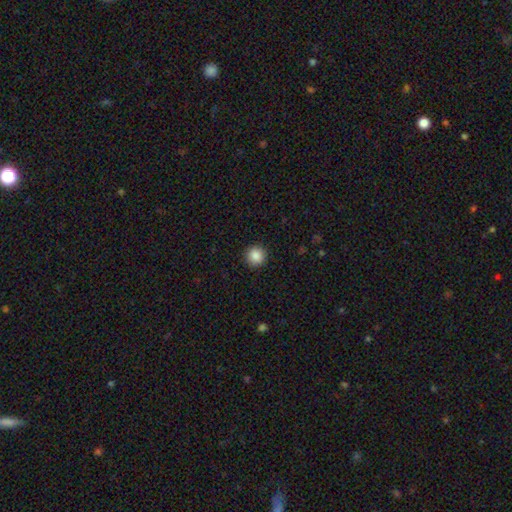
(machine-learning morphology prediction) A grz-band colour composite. It shows a smooth galaxy with no disk features (88%) that is round (95%). Merging: none (92%).